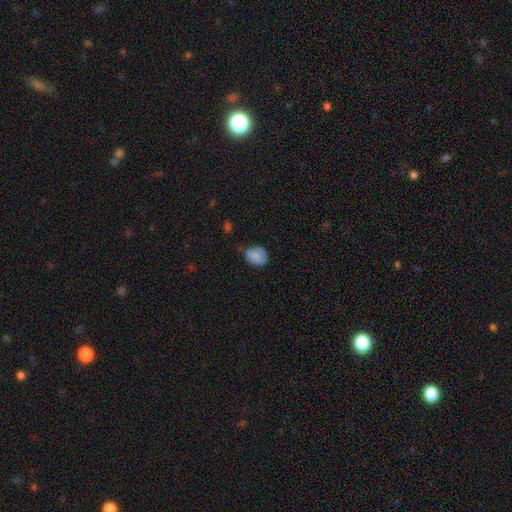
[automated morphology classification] smooth 81%, featured or disk 10%, star or artifact 8%. Down the decision tree: how rounded — round (54%); merging — none (58%).